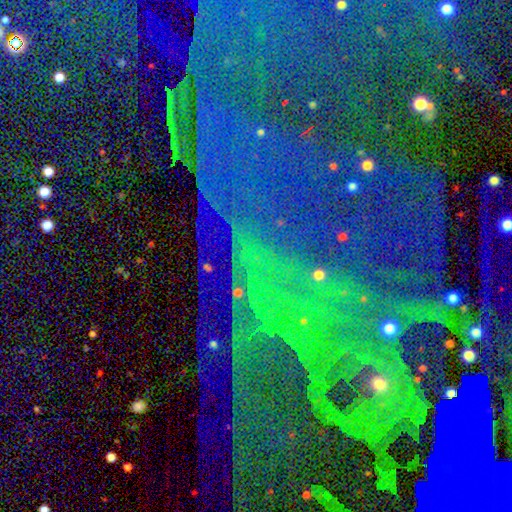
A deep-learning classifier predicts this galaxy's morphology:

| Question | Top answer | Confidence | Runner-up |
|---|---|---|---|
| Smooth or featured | star or artifact | 85% | featured or disk (8%) |